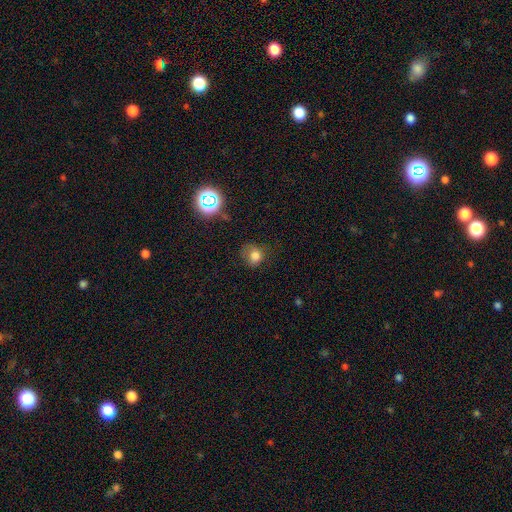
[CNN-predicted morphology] smooth-or-featured: smooth: 76% | star or artifact: 15% | featured or disk: 9%
  how-rounded: round: 69% | in between: 30% | cigar-shaped: 1%
  merging: none: 53% | minor disturbance: 28% | major disturbance: 17% | merger: 2%